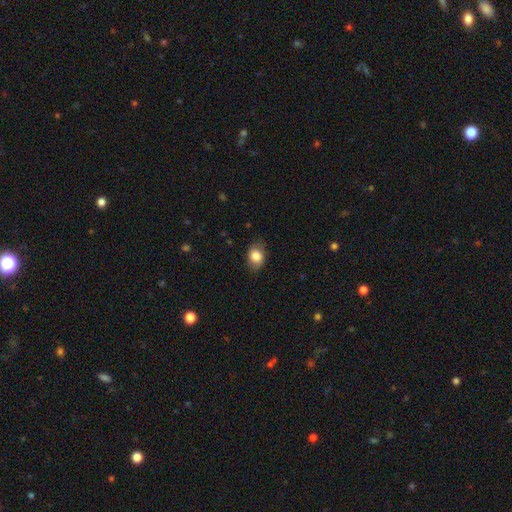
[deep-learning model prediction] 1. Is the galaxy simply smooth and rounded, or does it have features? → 82% smooth, 10% featured or disk, 8% star or artifact.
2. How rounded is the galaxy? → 69% in between, 30% round, 1% cigar-shaped.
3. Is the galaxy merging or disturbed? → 78% none, 17% minor disturbance, 4% major disturbance, 1% merger.